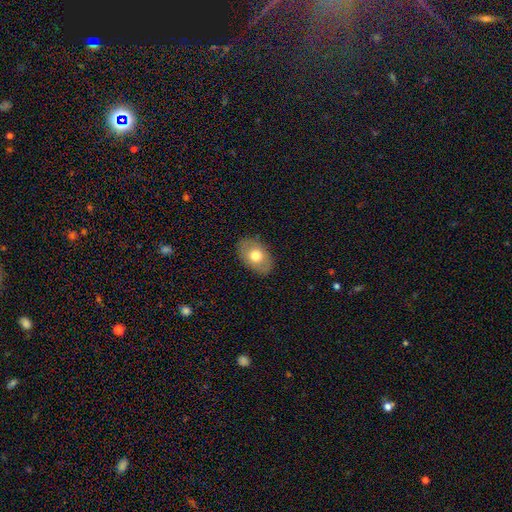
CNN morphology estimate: Smooth or featured: smooth — 68% (featured or disk — 25%)
How rounded: in between — 84% (round — 15%)
Merging: none — 85% (minor disturbance — 11%)